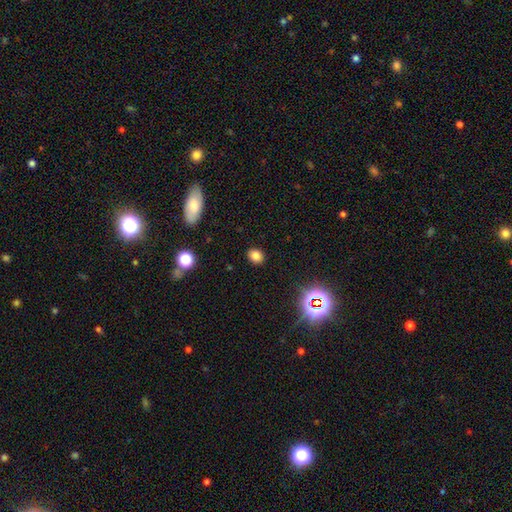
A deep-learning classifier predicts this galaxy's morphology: Smooth or featured?
  - smooth: 80% *
  - star or artifact: 14%
  - featured or disk: 6%
How rounded?
  - round: 57% *
  - in between: 42%
  - cigar-shaped: 1%
Merging?
  - none: 89% *
  - minor disturbance: 8%
  - major disturbance: 2%
  - merger: 1%